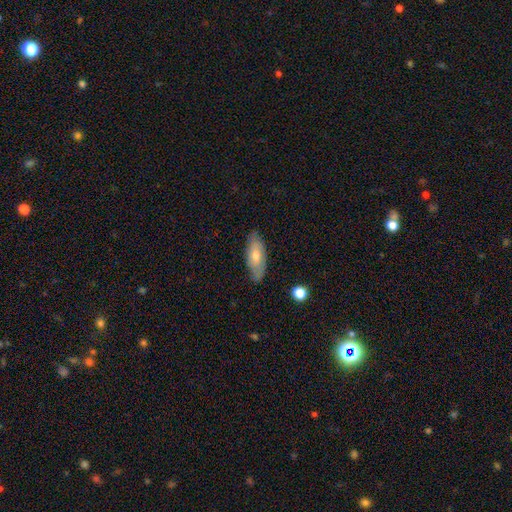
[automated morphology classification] This is possibly a smooth galaxy (59%). How rounded: likely in between (75%). Merging: clearly none (82%).